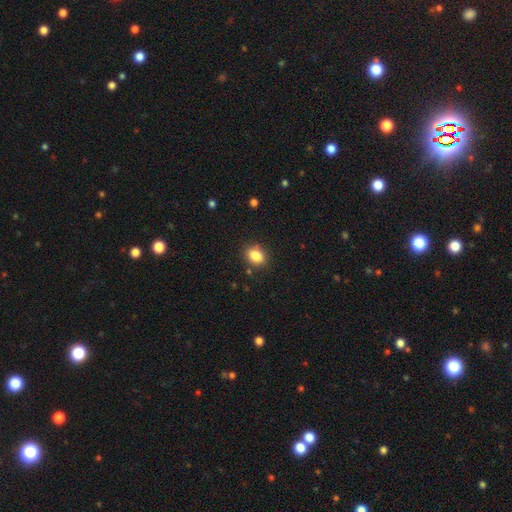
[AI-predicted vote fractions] Smooth or featured?
  - smooth: 85% *
  - star or artifact: 9%
  - featured or disk: 6%
How rounded?
  - in between: 70% *
  - round: 29%
  - cigar-shaped: 1%
Merging?
  - none: 84% *
  - minor disturbance: 11%
  - major disturbance: 3%
  - merger: 2%